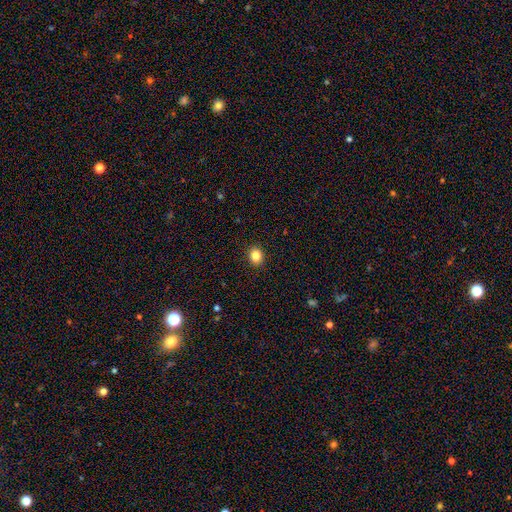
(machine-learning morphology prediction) Smooth or featured: smooth — 84% (star or artifact — 11%)
How rounded: round — 65% (in between — 34%)
Merging: none — 91% (minor disturbance — 6%)